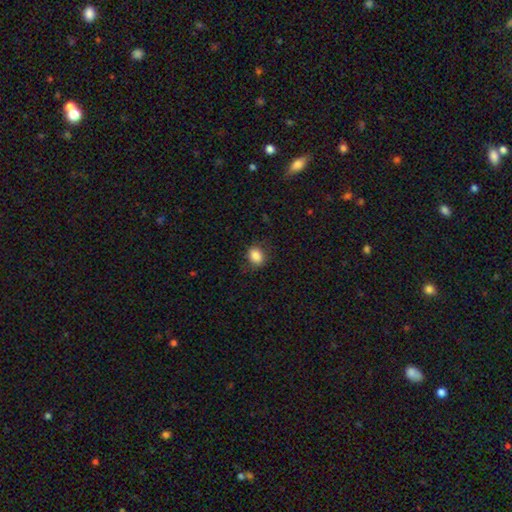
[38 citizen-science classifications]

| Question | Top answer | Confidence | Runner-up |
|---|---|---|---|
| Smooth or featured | smooth | 82% | featured or disk (11%) |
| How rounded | in between | 55% | round (45%) |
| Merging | none | 86% | minor disturbance (9%) |